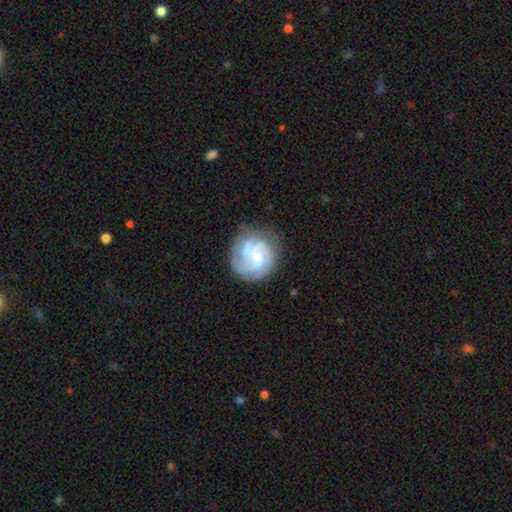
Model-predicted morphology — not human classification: Smooth or featured: featured or disk — 74% (smooth — 19%)
Edge-on disk: no — 98% (yes — 2%)
Bar: no — 57% (weak — 36%)
Spiral arms: yes — 92% (no — 8%)
Spiral winding: tight — 49% (medium — 38%)
Spiral arm count: 3 — 33% (can't tell — 26%)
Bulge size: small — 56% (moderate — 31%)
Merging: none — 71% (minor disturbance — 18%)